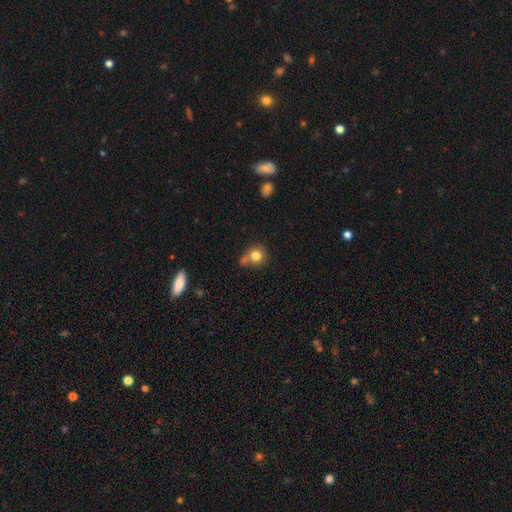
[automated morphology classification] smooth_or_featured: smooth (p=0.80) [alt: star or artifact p=0.11]
how_rounded: round (p=0.86) [alt: in between p=0.13]
merging: none (p=0.53) [alt: merger p=0.25]